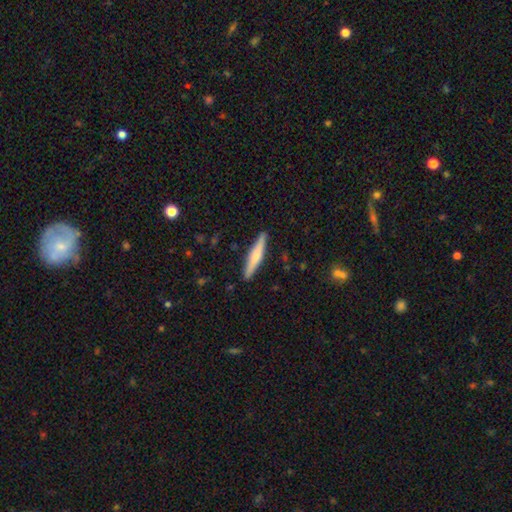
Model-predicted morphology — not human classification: This is possibly a smooth galaxy (55%). How rounded: clearly cigar-shaped (92%). Merging: clearly none (90%).